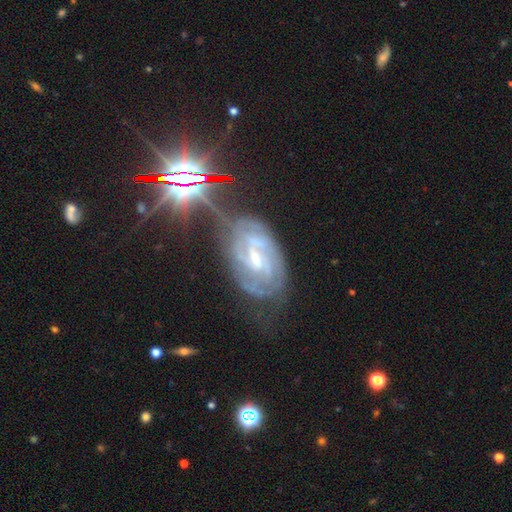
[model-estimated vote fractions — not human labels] This is clearly a featured or disk galaxy (80%). It is clearly not viewed edge-on (95%). Bar: possibly weak (51%). Spiral arm pattern: clearly yes (94%). Spiral arm count: marginally 2 (42%). Spiral winding: possibly tight (57%). Central bulge: possibly small (59%). Merging: likely none (61%).